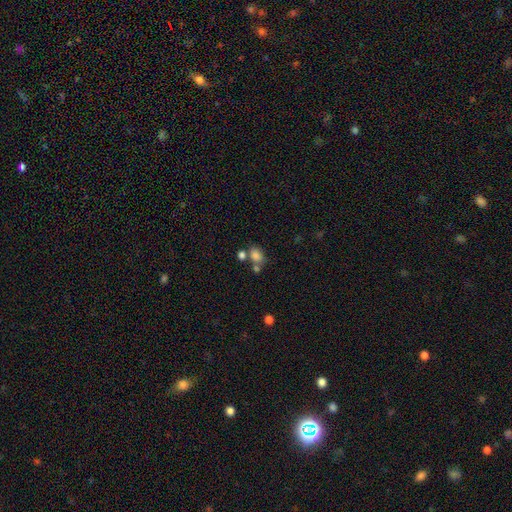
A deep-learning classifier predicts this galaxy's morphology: A smooth galaxy with no disk features (80%) that is in between round and cigar-shaped (70%).

Vote fractions:
- Smooth or featured? smooth: 80% / star or artifact: 12% / featured or disk: 8%
- How rounded? in between: 70% / round: 29% / cigar-shaped: 1%
- Merging? none: 51% / merger: 28% / minor disturbance: 14% / major disturbance: 6%